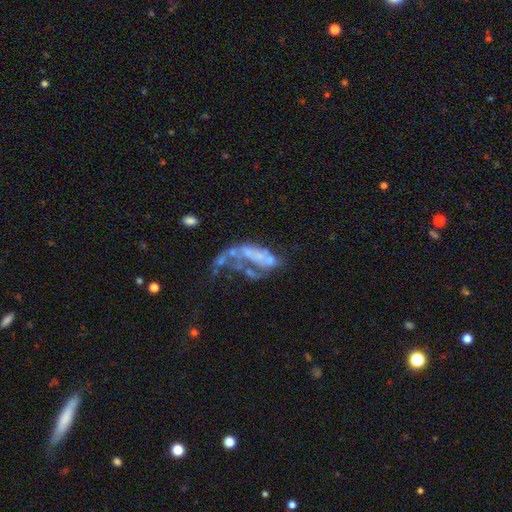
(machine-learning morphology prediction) smooth-or-featured: featured or disk: 66% | smooth: 19% | star or artifact: 15%
  disk-edge-on: no: 97% | yes: 3%
    bar: no: 88% | weak: 8% | strong: 4%
    has-spiral-arms: no: 86% | yes: 14%
    bulge-size: none: 73% | small: 14% | moderate: 9% | large: 3% | dominant: 1%
  merging: major disturbance: 40% | merger: 32% | none: 17% | minor disturbance: 11%